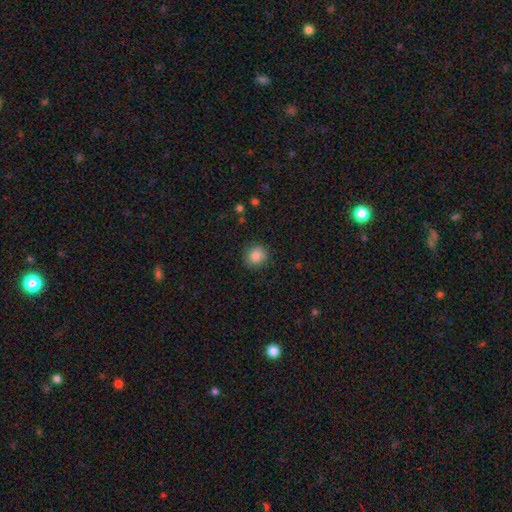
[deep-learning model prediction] smooth-or-featured: smooth: 87% | star or artifact: 9% | featured or disk: 4%
  how-rounded: round: 86% | in between: 13% | cigar-shaped: 1%
  merging: none: 87% | minor disturbance: 9% | major disturbance: 3% | merger: 1%